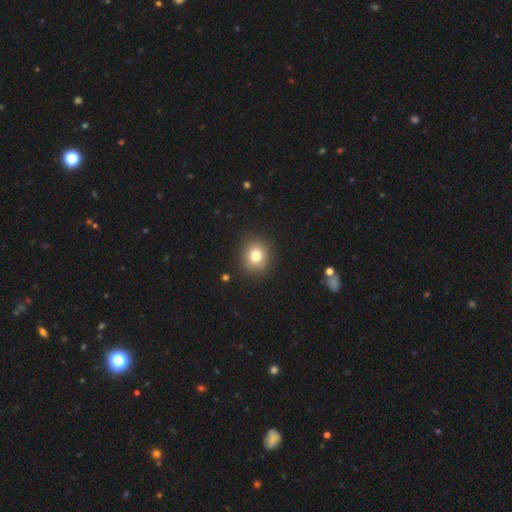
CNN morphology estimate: The model was most divided on "how rounded": round: 80%, in between: 19%, cigar-shaped: 1%. More confident: merging — none (90%); smooth or featured — smooth (78%).